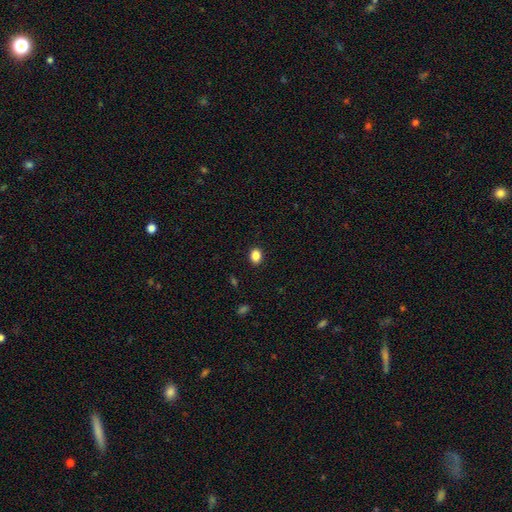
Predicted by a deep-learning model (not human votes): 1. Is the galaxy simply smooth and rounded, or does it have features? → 86% smooth, 10% star or artifact, 4% featured or disk.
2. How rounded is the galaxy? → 57% in between, 42% round, 1% cigar-shaped.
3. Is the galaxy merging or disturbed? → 91% none, 7% minor disturbance, 2% major disturbance, 1% merger.